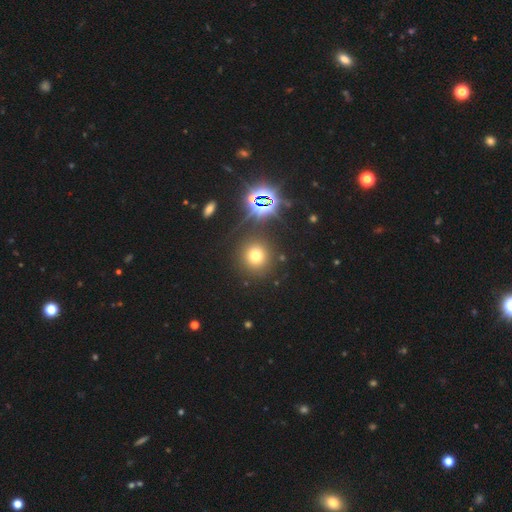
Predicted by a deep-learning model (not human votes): Smooth or featured?
  - smooth: 64% *
  - star or artifact: 27%
  - featured or disk: 9%
How rounded?
  - round: 92% *
  - in between: 7%
  - cigar-shaped: 1%
Merging?
  - none: 87% *
  - minor disturbance: 7%
  - major disturbance: 3%
  - merger: 3%